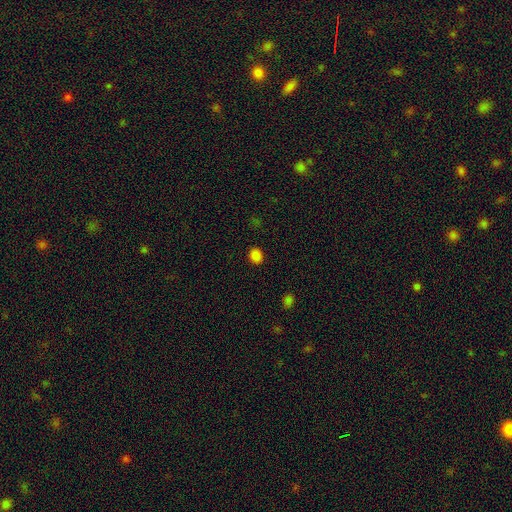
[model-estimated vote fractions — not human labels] smooth_or_featured: smooth (p=0.84) [alt: star or artifact p=0.13]
how_rounded: round (p=0.58) [alt: in between p=0.41]
merging: none (p=0.90) [alt: minor disturbance p=0.07]